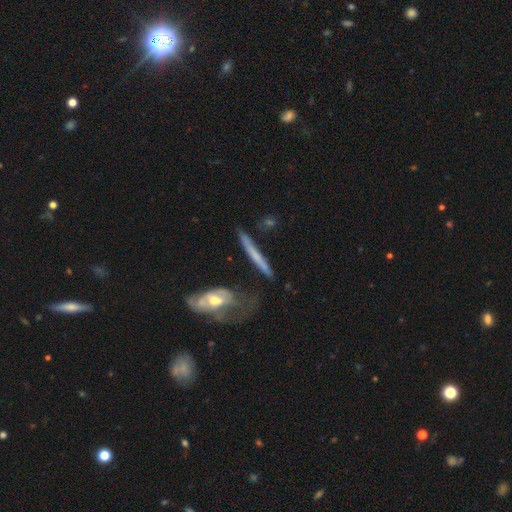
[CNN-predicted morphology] Smooth or featured? Predicted: featured or disk (p=0.47). Merging? Predicted: none (p=0.64).